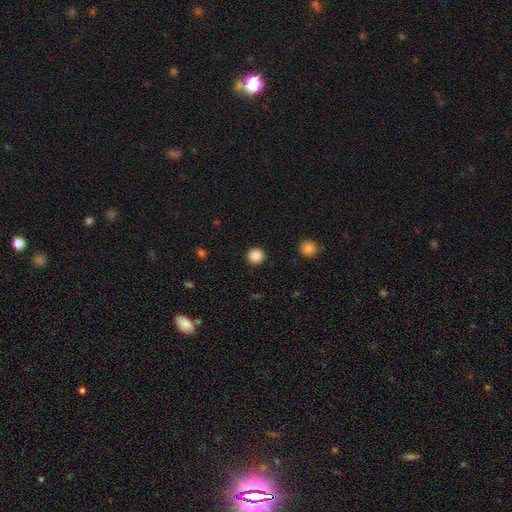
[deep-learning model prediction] A smooth galaxy with no disk features (87%) that is round (95%). Merging: none (93%).